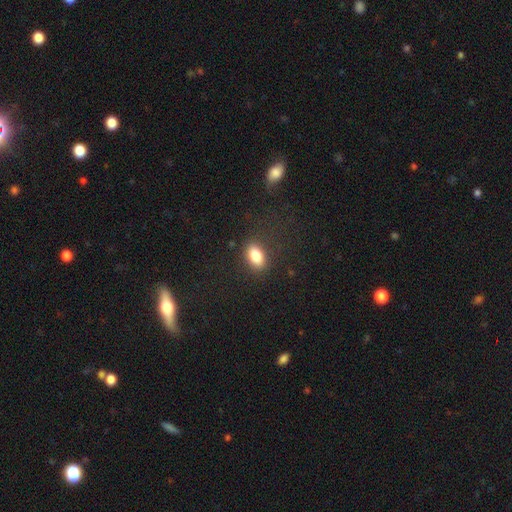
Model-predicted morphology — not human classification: A smooth galaxy with no disk features (84%) that is in between round and cigar-shaped (86%). Merging: none (85%).